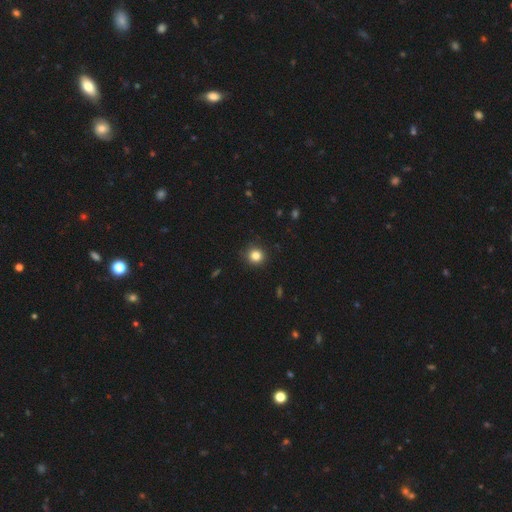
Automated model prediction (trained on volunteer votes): A smooth galaxy with no disk features (83%) that is round (92%).

Vote fractions:
- Smooth or featured? smooth: 83% / star or artifact: 12% / featured or disk: 5%
- How rounded? round: 92% / in between: 7% / cigar-shaped: 1%
- Merging? none: 91% / minor disturbance: 7% / major disturbance: 2% / merger: 1%